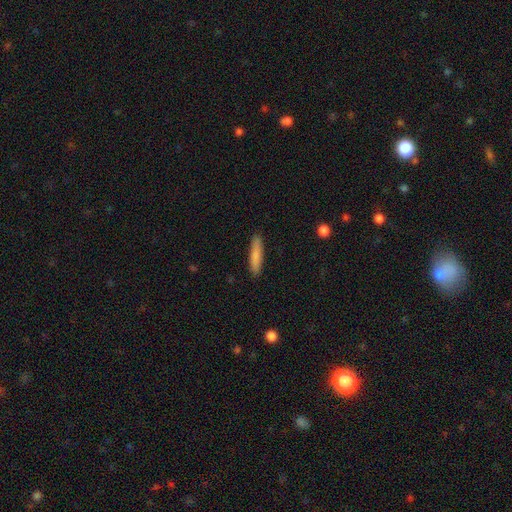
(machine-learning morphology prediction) type=smooth (83%); roundness=cigar-shaped (88%); merging=none (90%).